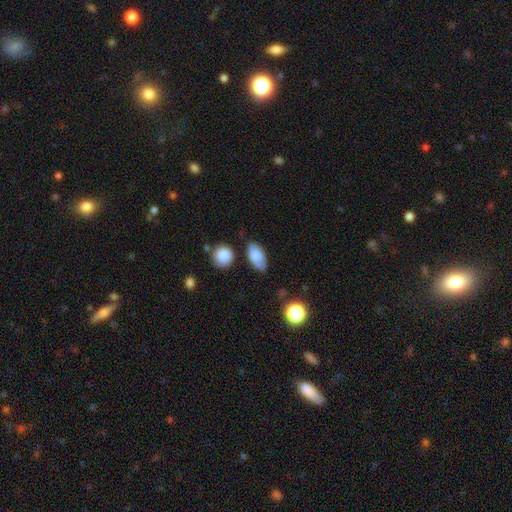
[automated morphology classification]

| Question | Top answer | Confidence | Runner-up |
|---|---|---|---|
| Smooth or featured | smooth | 78% | featured or disk (14%) |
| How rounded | in between | 90% | round (6%) |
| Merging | none | 66% | minor disturbance (24%) |